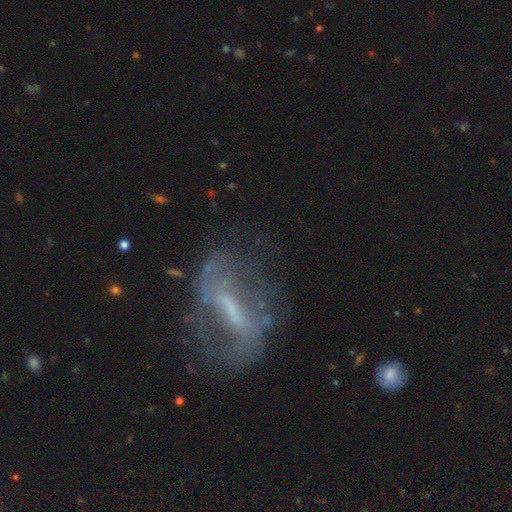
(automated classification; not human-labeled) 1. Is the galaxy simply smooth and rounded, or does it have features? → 73% featured or disk, 15% smooth, 12% star or artifact.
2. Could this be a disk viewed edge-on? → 87% no, 13% yes.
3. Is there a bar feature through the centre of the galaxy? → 52% strong, 34% weak, 14% no.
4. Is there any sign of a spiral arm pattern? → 60% yes, 40% no.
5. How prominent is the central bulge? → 34% small (tied), 34% none (tied), 26% moderate, 5% large, 1% dominant.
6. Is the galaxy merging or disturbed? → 58% none, 20% major disturbance, 19% minor disturbance, 3% merger.